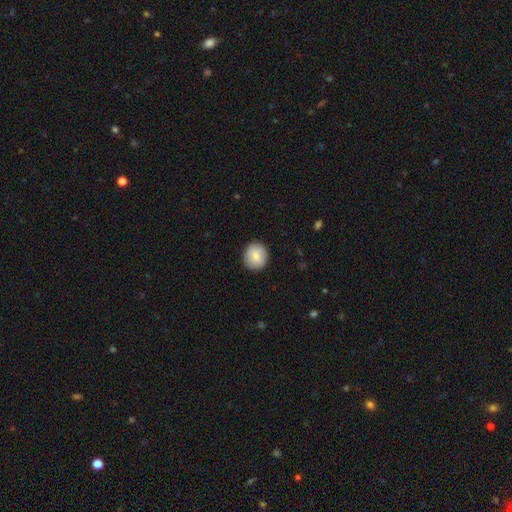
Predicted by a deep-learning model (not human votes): Q: Smooth or featured?
A: smooth (82%); runner-up: featured or disk (12%)
Q: How rounded?
A: round (89%); runner-up: in between (10%)
Q: Merging?
A: none (89%); runner-up: minor disturbance (8%)